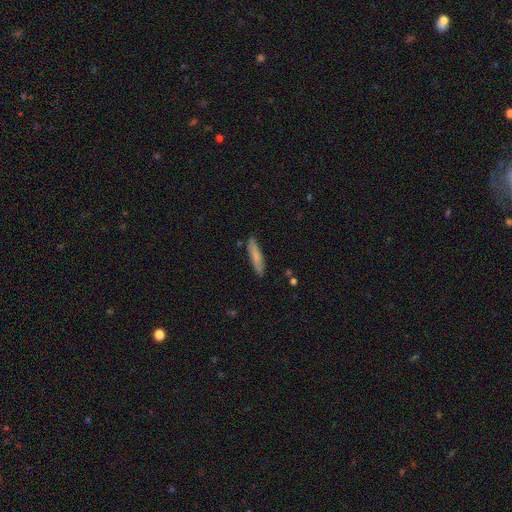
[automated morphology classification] This is likely a smooth galaxy (73%). How rounded: clearly cigar-shaped (86%). Merging: clearly none (84%).